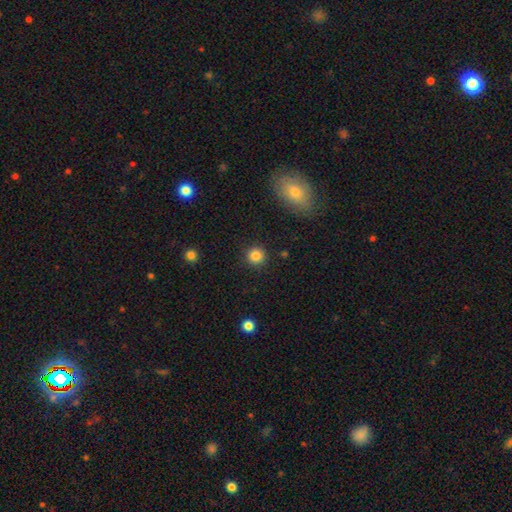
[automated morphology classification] Overall: smooth (85%). How rounded: round (93%). Merging: none (91%).